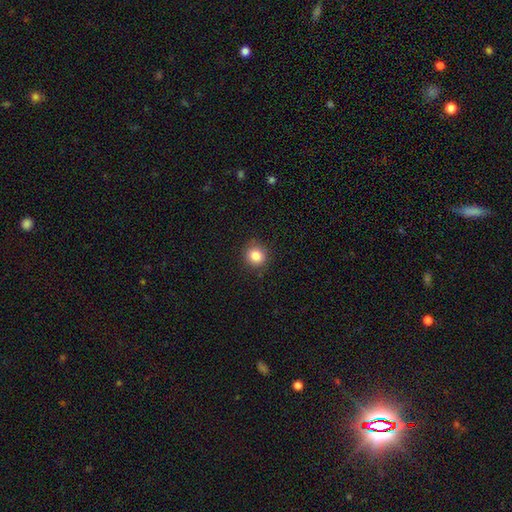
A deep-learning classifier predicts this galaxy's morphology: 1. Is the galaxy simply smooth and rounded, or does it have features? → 84% smooth, 11% star or artifact, 5% featured or disk.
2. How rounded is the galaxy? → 89% round, 10% in between, 1% cigar-shaped.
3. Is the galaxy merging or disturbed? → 89% none, 8% minor disturbance, 2% major disturbance, 1% merger.